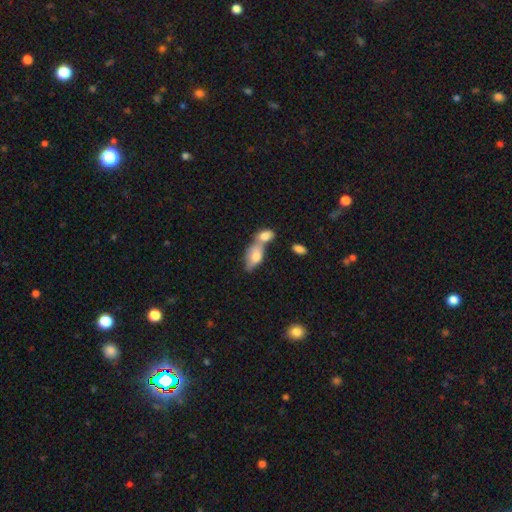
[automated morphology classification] A smooth galaxy with no disk features (71%) that is in between round and cigar-shaped (87%).

Vote fractions:
- Smooth or featured? smooth: 71% / featured or disk: 23% / star or artifact: 7%
- How rounded? in between: 87% / cigar-shaped: 8% / round: 6%
- Merging? merger: 64% / none: 22% / minor disturbance: 9% / major disturbance: 5%